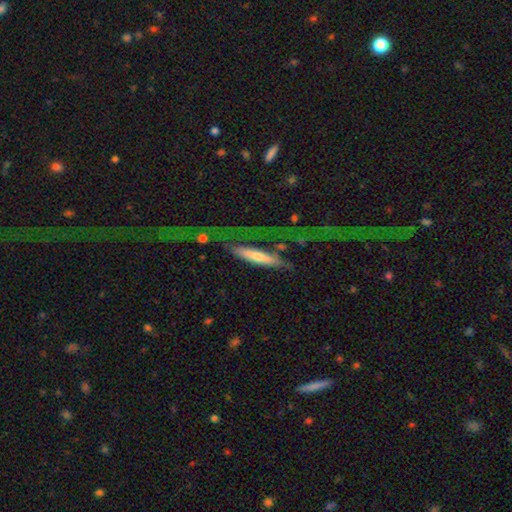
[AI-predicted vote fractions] Smooth or featured?
  - featured or disk: 47% *
  - smooth: 46%
  - star or artifact: 7%
Merging?
  - major disturbance: 39% *
  - none: 37%
  - minor disturbance: 17%
  - merger: 7%